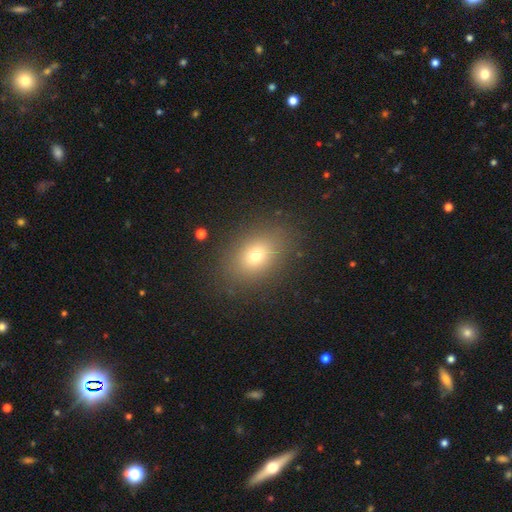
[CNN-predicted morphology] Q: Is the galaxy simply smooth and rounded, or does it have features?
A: smooth — 71%.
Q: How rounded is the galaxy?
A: in between — 69%.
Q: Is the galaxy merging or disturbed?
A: none — 86%.